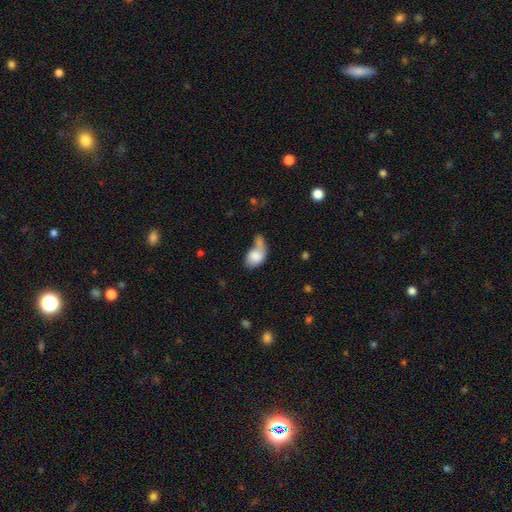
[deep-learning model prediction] Smooth or featured: smooth — 78% (featured or disk — 15%)
How rounded: in between — 82% (round — 16%)
Merging: merger — 42% (major disturbance — 21%)